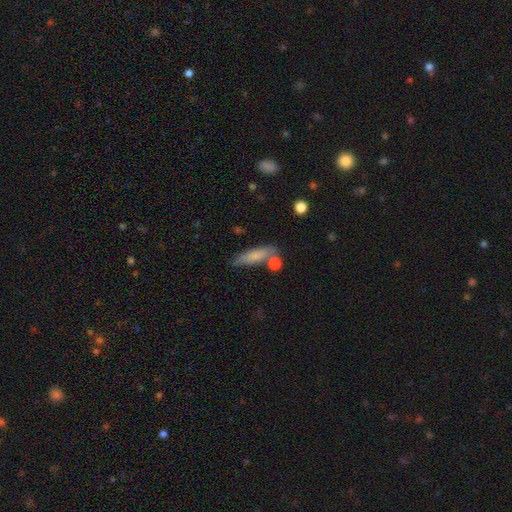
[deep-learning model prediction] Smooth or featured: smooth — 76% (featured or disk — 17%)
How rounded: cigar-shaped — 66% (in between — 31%)
Merging: none — 68% (minor disturbance — 17%)